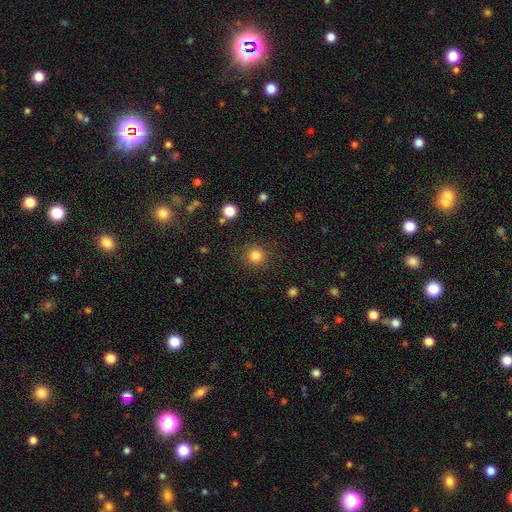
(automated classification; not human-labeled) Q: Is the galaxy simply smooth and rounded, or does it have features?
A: smooth — 83%.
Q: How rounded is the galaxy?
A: round — 93%.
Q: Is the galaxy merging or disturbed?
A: none — 88%.